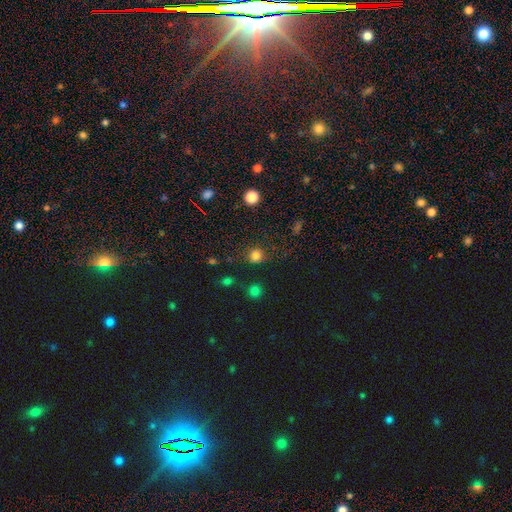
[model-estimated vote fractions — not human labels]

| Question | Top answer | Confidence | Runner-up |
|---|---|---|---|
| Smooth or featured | smooth | 79% | star or artifact (16%) |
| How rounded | round | 90% | in between (9%) |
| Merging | none | 84% | minor disturbance (9%) |